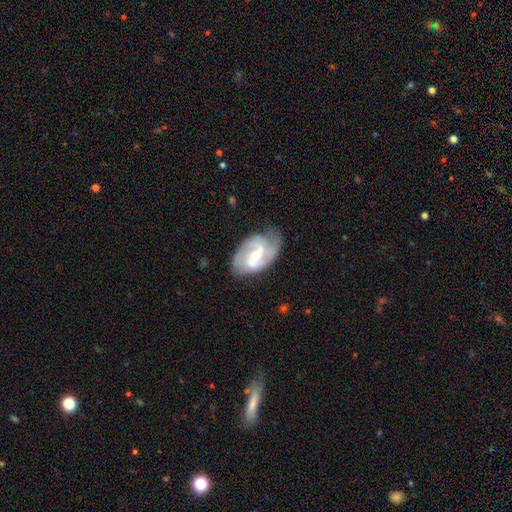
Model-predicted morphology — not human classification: smooth_or_featured: featured or disk (p=0.86) [alt: smooth p=0.10]
disk_edge_on: no (p=0.97) [alt: yes p=0.03]
bar: weak (p=0.50) [alt: no p=0.26]
has_spiral_arms: yes (p=0.95) [alt: no p=0.05]
spiral_winding: medium (p=0.50) [alt: tight p=0.30]
spiral_arm_count: 2 (p=0.73) [alt: 3 p=0.11]
bulge_size: small (p=0.51) [alt: moderate p=0.45]
merging: none (p=0.68) [alt: minor disturbance p=0.22]